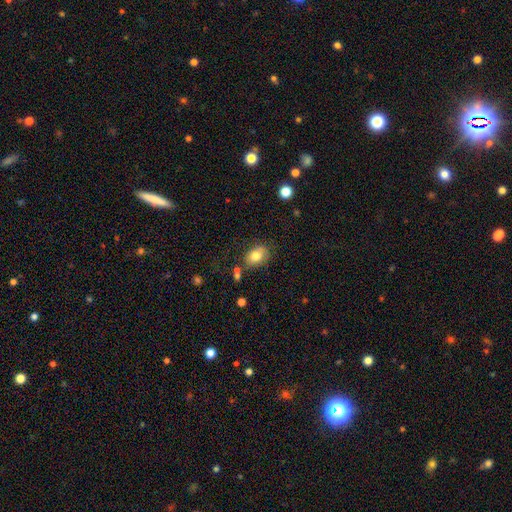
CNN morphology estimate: Smooth or featured? Predicted: smooth (p=0.77). How rounded? Predicted: in between (p=0.71). Merging? Predicted: none (p=0.69).